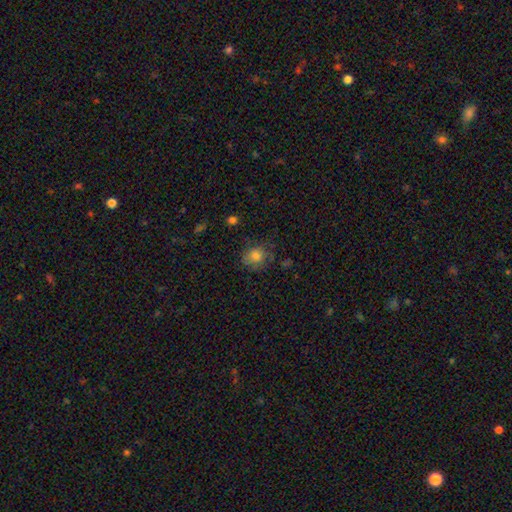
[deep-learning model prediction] Morphology: type=smooth (80%); roundness=round (73%); merging=none (69%).